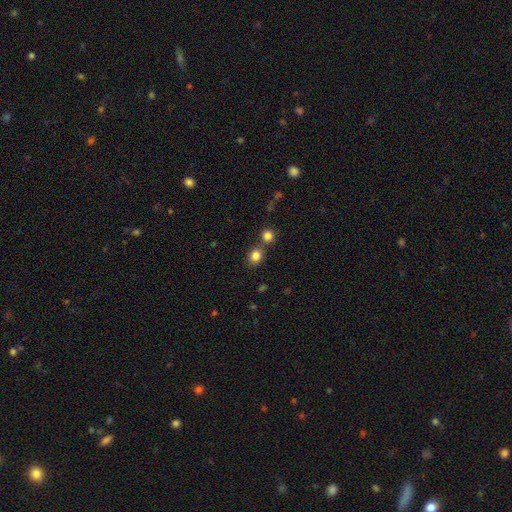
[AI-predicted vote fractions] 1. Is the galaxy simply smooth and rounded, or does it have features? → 83% smooth, 11% star or artifact, 6% featured or disk.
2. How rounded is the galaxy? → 62% round, 37% in between, 1% cigar-shaped.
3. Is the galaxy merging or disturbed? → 63% none, 24% merger, 10% minor disturbance, 3% major disturbance.